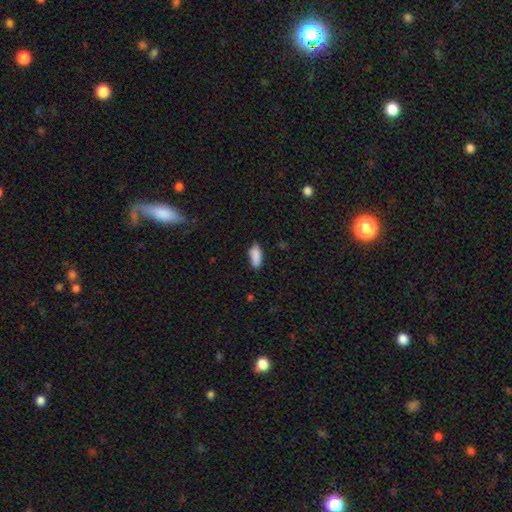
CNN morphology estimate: This is clearly a smooth galaxy (89%). How rounded: clearly in between (84%). Merging: clearly none (81%).